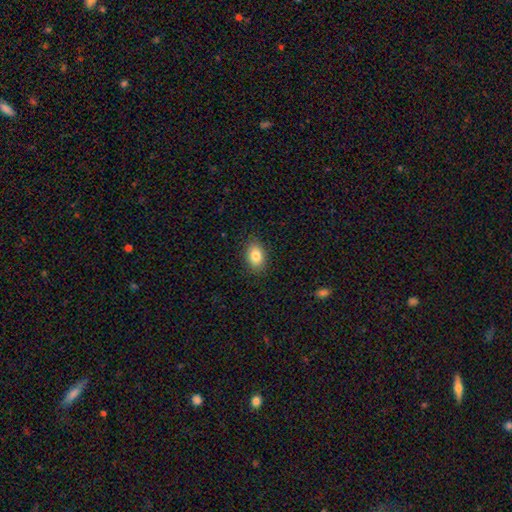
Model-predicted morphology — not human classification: A smooth galaxy with no disk features (83%) that is in between round and cigar-shaped (83%).

Vote fractions:
- Smooth or featured? smooth: 83% / star or artifact: 8% / featured or disk: 8%
- How rounded? in between: 83% / round: 16% / cigar-shaped: 1%
- Merging? none: 88% / minor disturbance: 9% / major disturbance: 2% / merger: 1%